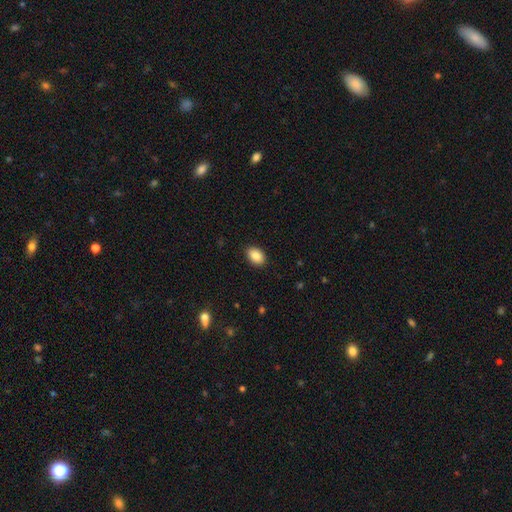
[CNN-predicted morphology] Smooth or featured? Predicted: smooth (p=0.87). How rounded? Predicted: in between (p=0.84). Merging? Predicted: none (p=0.89).